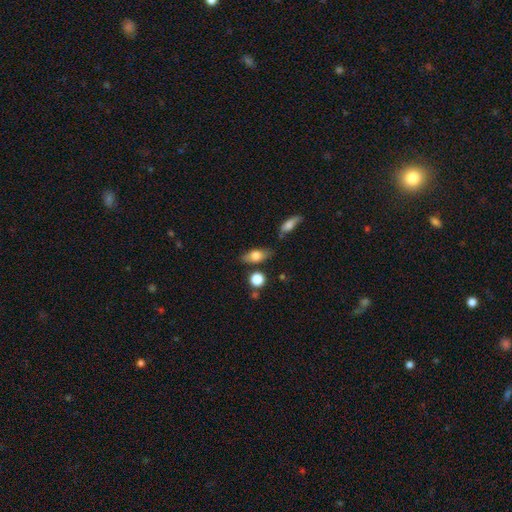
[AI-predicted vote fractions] Overall: smooth (70%). How rounded: in between (76%). Merging: none (74%).